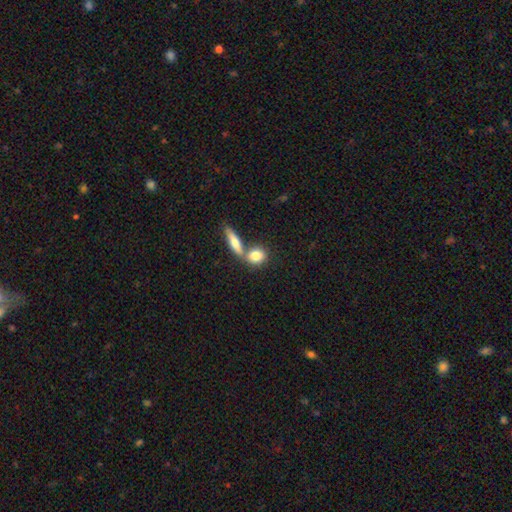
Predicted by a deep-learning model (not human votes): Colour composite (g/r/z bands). It shows a smooth galaxy with no disk features (78%) that is in between round and cigar-shaped (45%). Merging: none (49%).